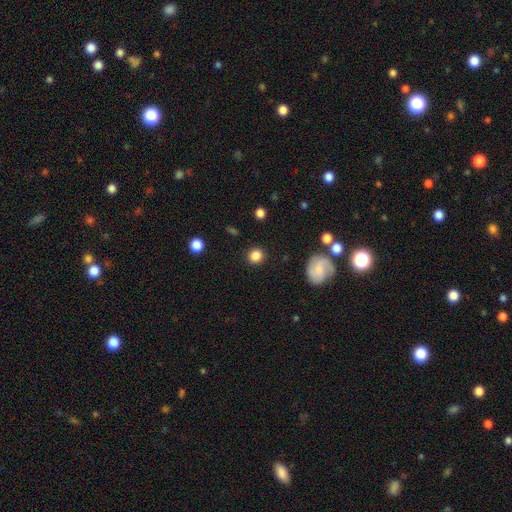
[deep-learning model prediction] Q: Smooth or featured?
A: smooth (85%); runner-up: star or artifact (10%)
Q: How rounded?
A: round (86%); runner-up: in between (13%)
Q: Merging?
A: none (89%); runner-up: minor disturbance (7%)